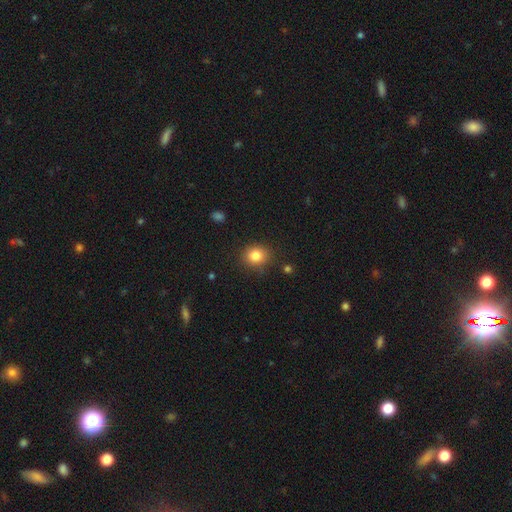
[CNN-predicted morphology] A smooth galaxy with no disk features (83%) that is round (74%). Merging: none (85%).